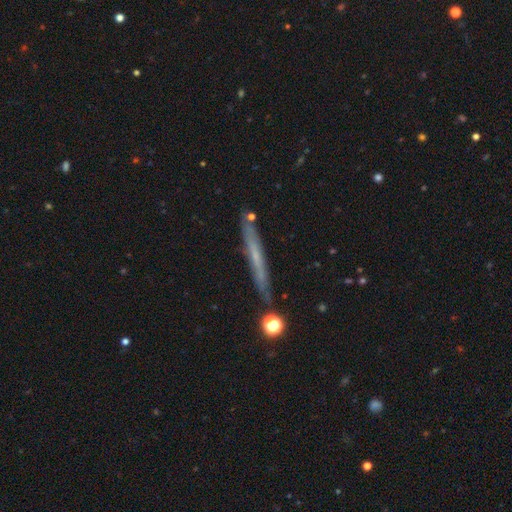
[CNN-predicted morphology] Smooth or featured?
  - featured or disk: 49% *
  - smooth: 41%
  - star or artifact: 10%
Merging?
  - none: 81% *
  - minor disturbance: 12%
  - merger: 4%
  - major disturbance: 3%